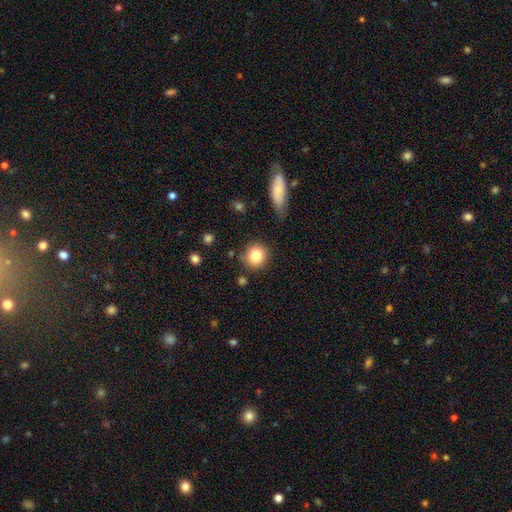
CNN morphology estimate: A smooth galaxy with no disk features (83%) that is round (89%). Merging: none (83%).